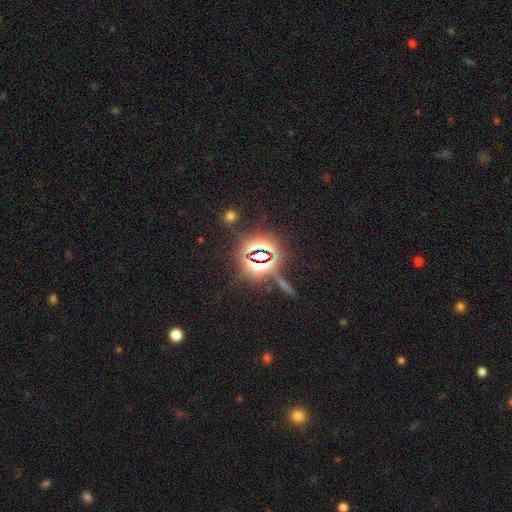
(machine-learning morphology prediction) Q: Smooth or featured?
A: star or artifact (83%); runner-up: smooth (10%)